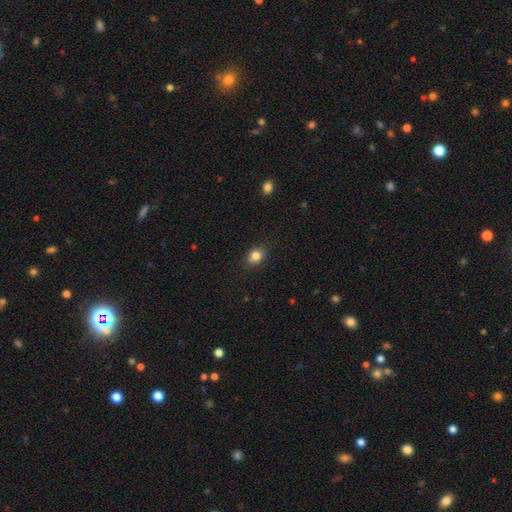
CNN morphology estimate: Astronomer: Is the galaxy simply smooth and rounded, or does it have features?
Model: smooth — 83%.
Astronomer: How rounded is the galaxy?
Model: in between — 60% (runner-up: round, 38%).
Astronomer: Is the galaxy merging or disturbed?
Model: none — 85%.